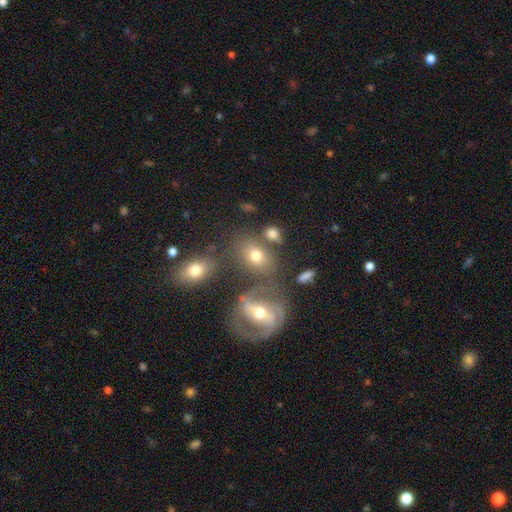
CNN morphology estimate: Q: Smooth or featured?
A: smooth (66%); runner-up: featured or disk (22%)
Q: How rounded?
A: in between (67%); runner-up: round (31%)
Q: Merging?
A: none (54%); runner-up: merger (24%)